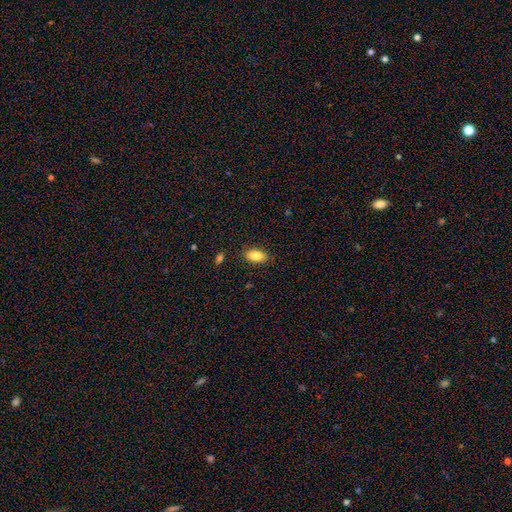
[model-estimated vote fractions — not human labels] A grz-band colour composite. It shows a smooth galaxy with no disk features (85%) that is in between round and cigar-shaped (90%). Merging: none (86%).